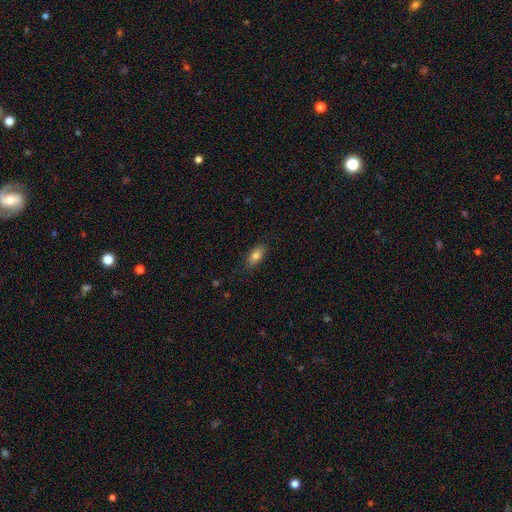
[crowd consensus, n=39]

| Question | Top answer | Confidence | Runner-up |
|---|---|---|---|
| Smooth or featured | smooth | 82% | featured or disk (15%) |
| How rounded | in between | 88% | cigar-shaped (12%) |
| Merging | none | 79% | major disturbance (18%) |